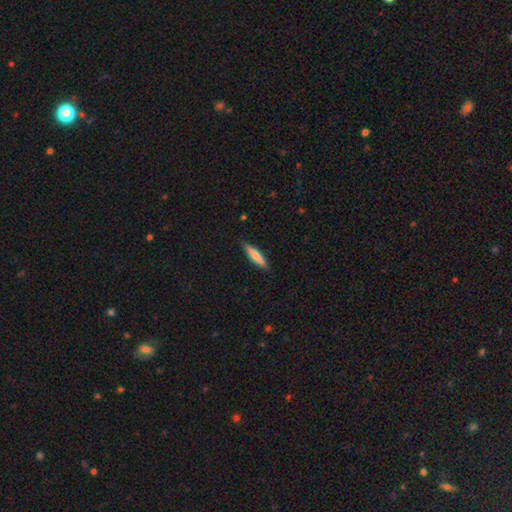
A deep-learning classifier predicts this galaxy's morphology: This is likely a smooth galaxy (74%). How rounded: clearly cigar-shaped (83%). Merging: clearly none (89%).